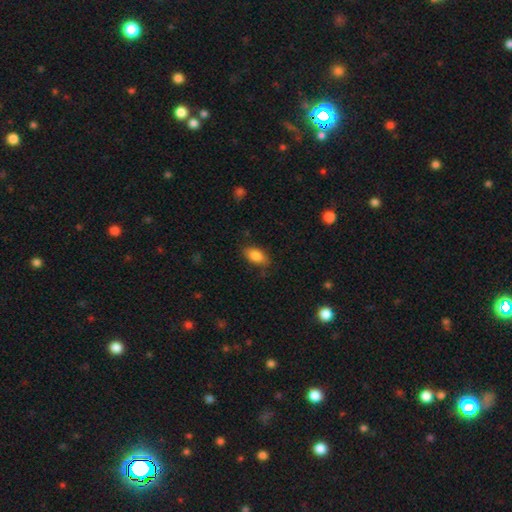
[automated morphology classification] smooth_or_featured: smooth (p=0.84) [alt: featured or disk p=0.08]
how_rounded: in between (p=0.90) [alt: round p=0.05]
merging: none (p=0.78) [alt: minor disturbance p=0.17]